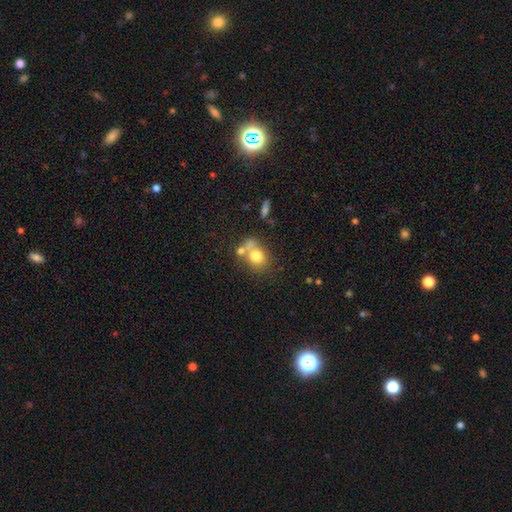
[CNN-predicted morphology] Smooth or featured? Predicted: smooth (p=0.73). How rounded? Predicted: round (p=0.59). Merging? Predicted: none (p=0.44).